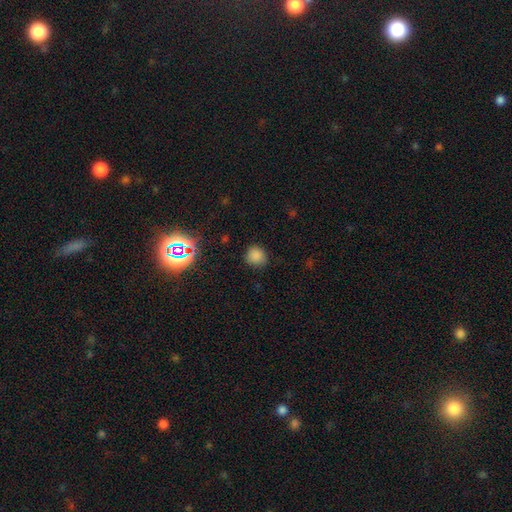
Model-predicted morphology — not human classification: type=smooth (79%); roundness=round (85%); merging=none (84%).